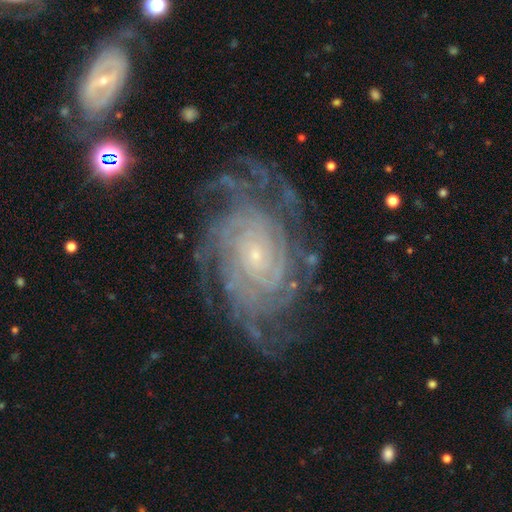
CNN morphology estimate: Smooth or featured? Predicted: featured or disk (p=0.90). Edge-on disk? Predicted: no (p=0.97). Bar? Predicted: no (p=0.72). Spiral arms? Predicted: yes (p=0.98). Spiral winding? Predicted: tight (p=0.80). Spiral arm count? Predicted: more than 4 (p=0.32). Bulge size? Predicted: small (p=0.86). Merging? Predicted: none (p=0.74).